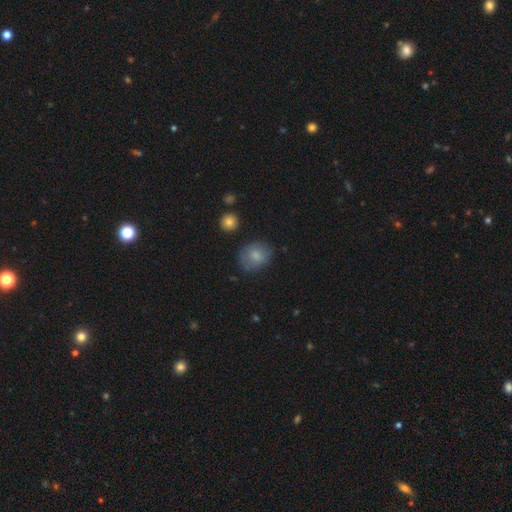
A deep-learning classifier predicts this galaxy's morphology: This is likely a smooth galaxy (78%). How rounded: possibly round (55%). Merging: likely none (70%).